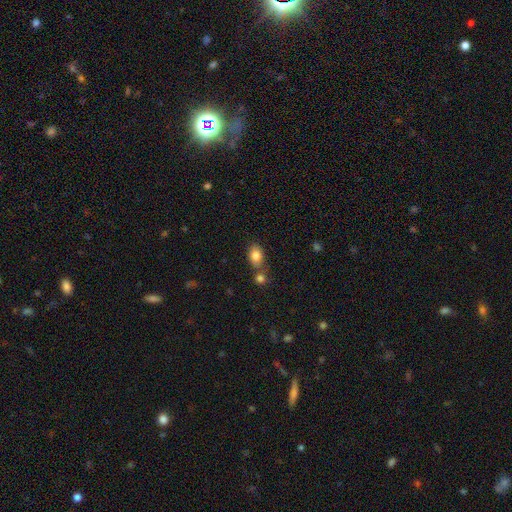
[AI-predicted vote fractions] Q: Smooth or featured?
A: smooth (83%); runner-up: star or artifact (9%)
Q: How rounded?
A: in between (78%); runner-up: round (20%)
Q: Merging?
A: none (57%); runner-up: merger (27%)